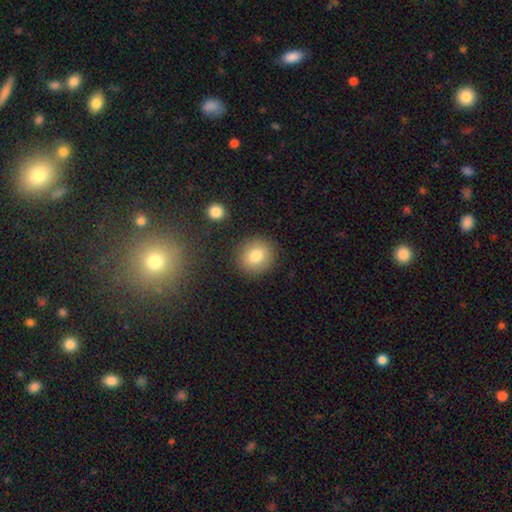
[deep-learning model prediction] Q: Smooth or featured?
A: smooth (80%); runner-up: featured or disk (10%)
Q: How rounded?
A: round (77%); runner-up: in between (22%)
Q: Merging?
A: none (87%); runner-up: minor disturbance (8%)